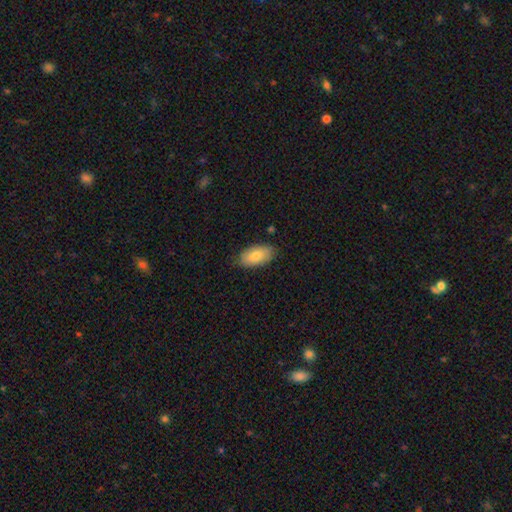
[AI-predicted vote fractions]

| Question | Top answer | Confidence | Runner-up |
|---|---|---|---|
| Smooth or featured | smooth | 79% | featured or disk (14%) |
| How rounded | in between | 93% | cigar-shaped (3%) |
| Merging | none | 83% | minor disturbance (14%) |